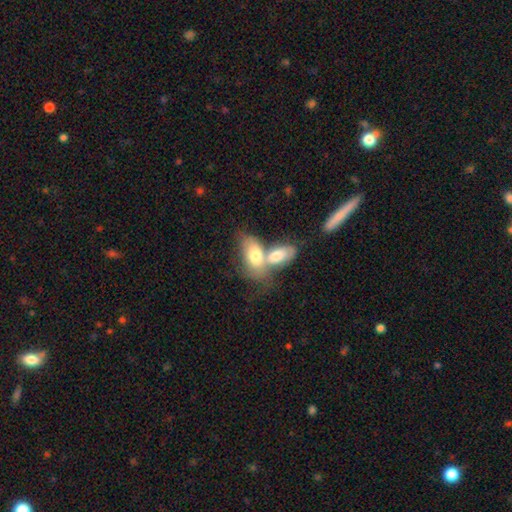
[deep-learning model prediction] smooth_or_featured: smooth (p=0.68) [alt: featured or disk p=0.26]
how_rounded: in between (p=0.90) [alt: round p=0.06]
merging: merger (p=0.69) [alt: none p=0.17]